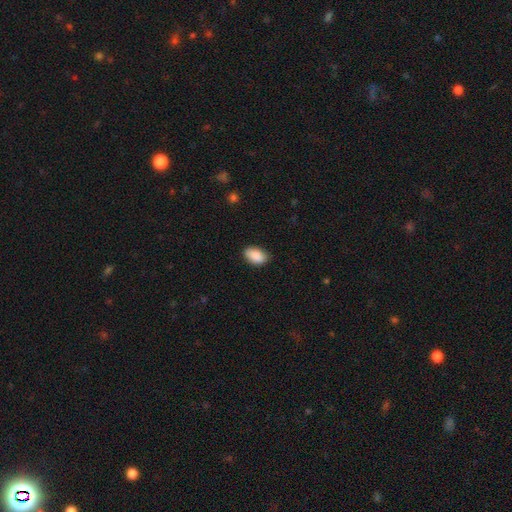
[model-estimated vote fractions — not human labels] A smooth galaxy with no disk features (89%) that is in between round and cigar-shaped (90%). Merging: none (81%).